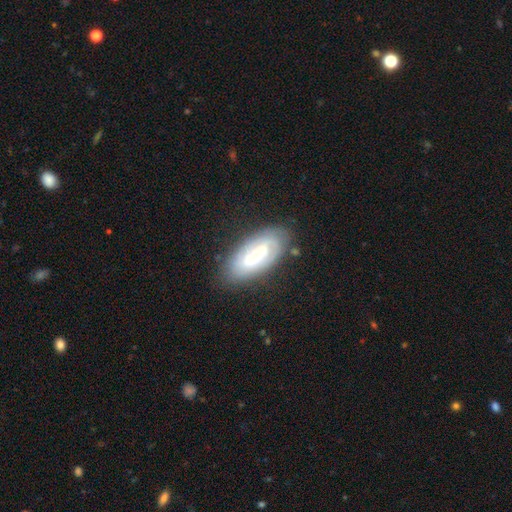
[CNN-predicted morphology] smooth-or-featured: featured or disk: 70% | smooth: 23% | star or artifact: 7%
  disk-edge-on: no: 91% | yes: 9%
    bar: weak: 45% | strong: 28% | no: 27%
    has-spiral-arms: yes: 80% | no: 20%
      spiral-winding: tight: 54% | medium: 32% | loose: 14%
      spiral-arm-count: 2: 49% | can't tell: 35% | 3: 7% | 1: 5% | 4: 3% | more than 4: 2%
    bulge-size: moderate: 49% | small: 46% | large: 3% | none: 1% | dominant: 1%
  merging: none: 78% | minor disturbance: 15% | major disturbance: 4% | merger: 2%